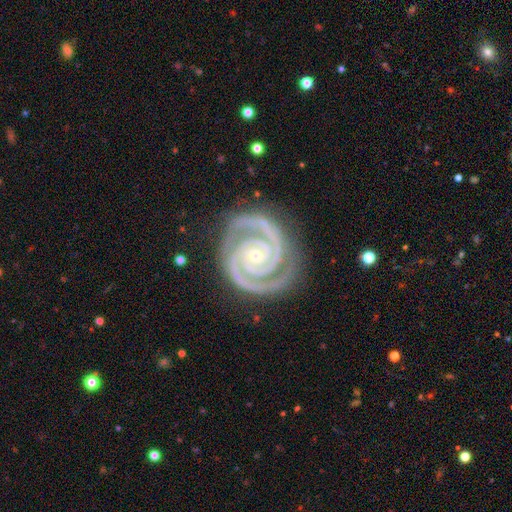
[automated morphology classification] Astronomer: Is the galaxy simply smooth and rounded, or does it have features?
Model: featured or disk — 94%.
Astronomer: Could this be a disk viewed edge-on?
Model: no — 98%.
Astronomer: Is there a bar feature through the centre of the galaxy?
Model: no — 70%.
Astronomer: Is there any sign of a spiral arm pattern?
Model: yes — 99%.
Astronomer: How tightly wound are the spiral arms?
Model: tight — 85%.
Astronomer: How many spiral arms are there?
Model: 2 — 85%.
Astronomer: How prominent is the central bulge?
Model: small — 78%.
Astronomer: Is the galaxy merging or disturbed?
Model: none — 83%.